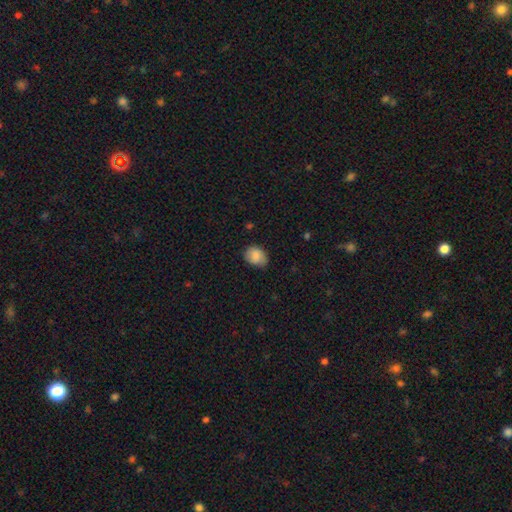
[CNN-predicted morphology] This appears to be a smooth galaxy with no disk features (85%) that is in between round and cigar-shaped (57%). Merging: none (69%).